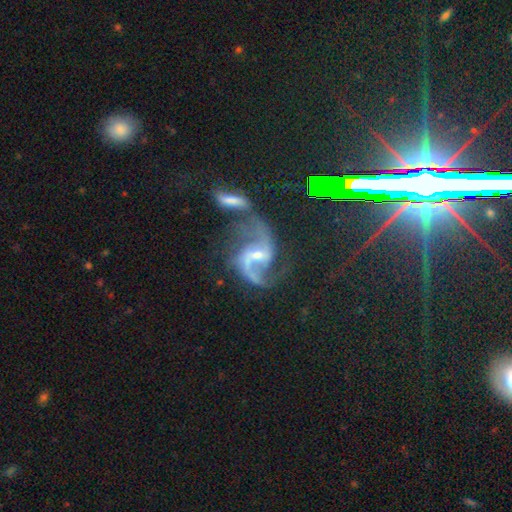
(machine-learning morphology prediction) Smooth or featured: featured or disk — 89% (star or artifact — 7%)
Edge-on disk: no — 98% (yes — 2%)
Bar: weak — 50% (strong — 27%)
Spiral arms: yes — 97% (no — 3%)
Spiral winding: loose — 60% (medium — 34%)
Spiral arm count: 2 — 90% (1 — 4%)
Bulge size: small — 50% (moderate — 39%)
Merging: none — 40% (merger — 25%)